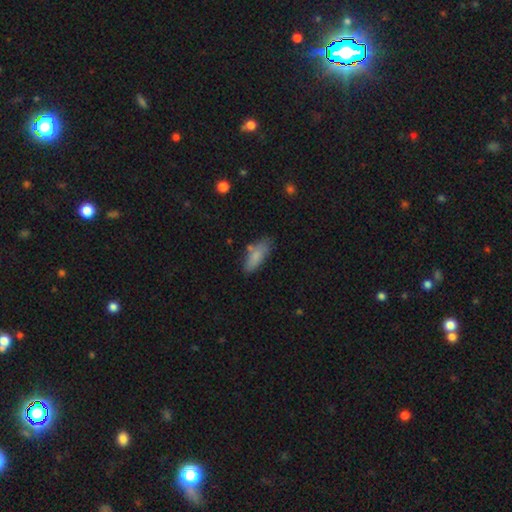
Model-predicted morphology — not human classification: Smooth or featured? smooth (82%)
How rounded? in between (73%)
Merging? none (66%)